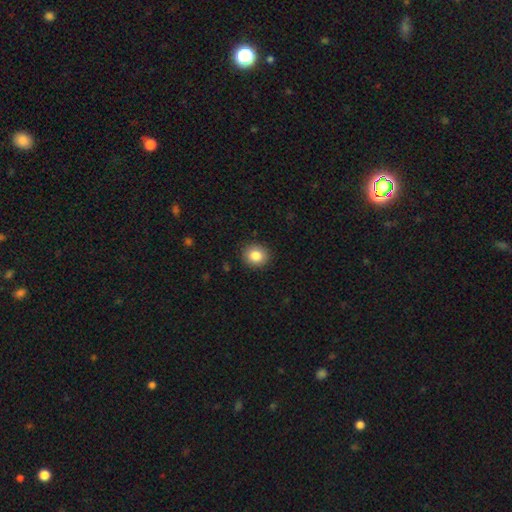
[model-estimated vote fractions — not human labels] A smooth galaxy with no disk features (85%) that is round (77%).

Vote fractions:
- Smooth or featured? smooth: 85% / star or artifact: 9% / featured or disk: 6%
- How rounded? round: 77% / in between: 22% / cigar-shaped: 1%
- Merging? none: 90% / minor disturbance: 7% / major disturbance: 2% / merger: 1%